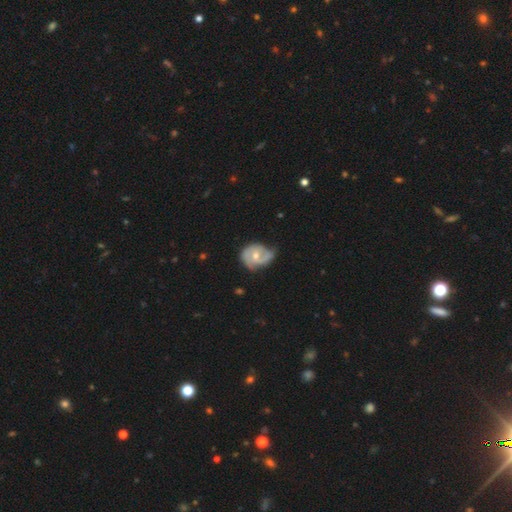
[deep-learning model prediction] smooth-or-featured: featured or disk: 73% | smooth: 21% | star or artifact: 5%
  disk-edge-on: no: 97% | yes: 3%
    bar: no: 61% | weak: 31% | strong: 7%
    has-spiral-arms: yes: 86% | no: 14%
      spiral-winding: tight: 41% | medium: 40% | loose: 19%
      spiral-arm-count: 2: 62% | can't tell: 14% | 1: 14% | 3: 7% | 4: 2% | more than 4: 2%
    bulge-size: moderate: 60% | small: 36% | large: 2% | none: 1% | dominant: 1%
  merging: none: 46% | minor disturbance: 36% | major disturbance: 16% | merger: 2%